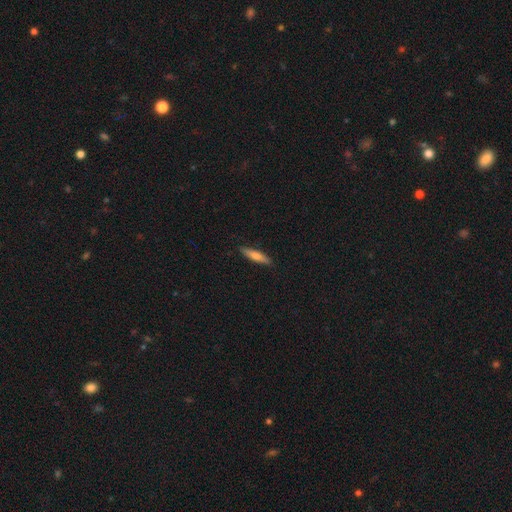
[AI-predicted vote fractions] smooth 63%, featured or disk 31%, star or artifact 6%. Down the decision tree: how rounded — cigar-shaped (81%); merging — none (89%).